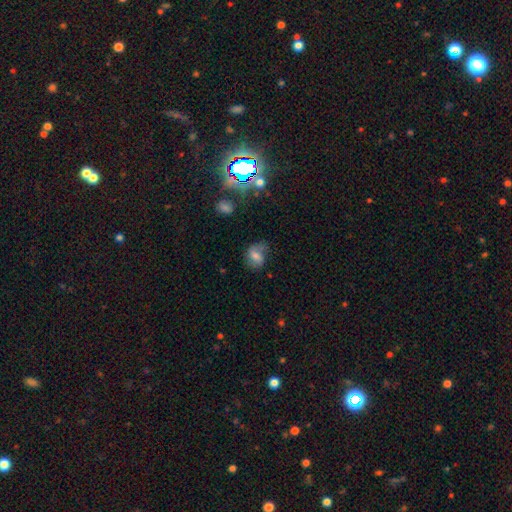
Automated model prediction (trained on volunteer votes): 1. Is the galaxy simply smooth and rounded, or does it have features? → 59% smooth, 29% featured or disk, 12% star or artifact.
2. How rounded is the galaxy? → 61% in between, 38% round, 2% cigar-shaped.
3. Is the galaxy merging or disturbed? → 50% none, 29% minor disturbance, 18% major disturbance, 3% merger.